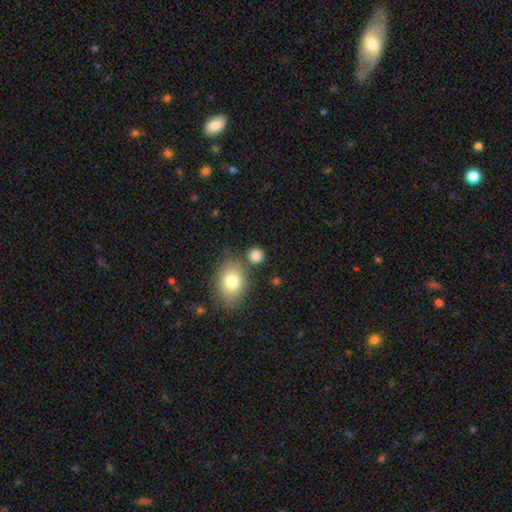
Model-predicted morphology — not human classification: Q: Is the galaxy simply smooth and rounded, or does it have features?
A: smooth — 84%.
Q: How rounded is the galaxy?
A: round — 77%.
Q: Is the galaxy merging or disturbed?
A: none — 71%.